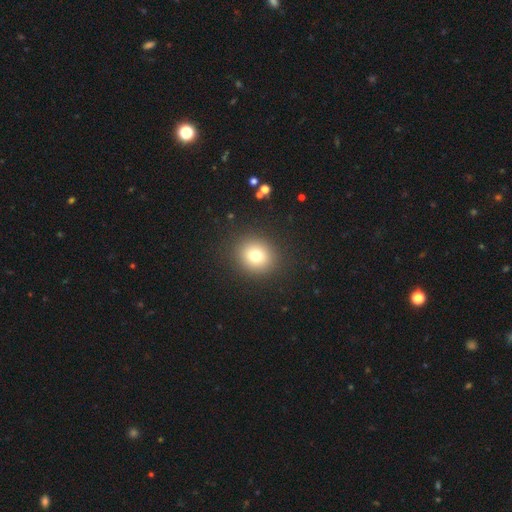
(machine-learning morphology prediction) Smooth or featured? Predicted: smooth (p=0.76). How rounded? Predicted: round (p=0.85). Merging? Predicted: none (p=0.90).